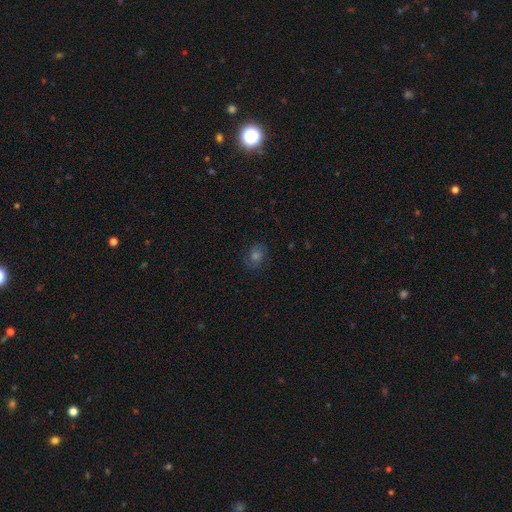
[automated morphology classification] Smooth or featured: smooth — 41% (featured or disk — 34%)
Merging: none — 82% (minor disturbance — 12%)